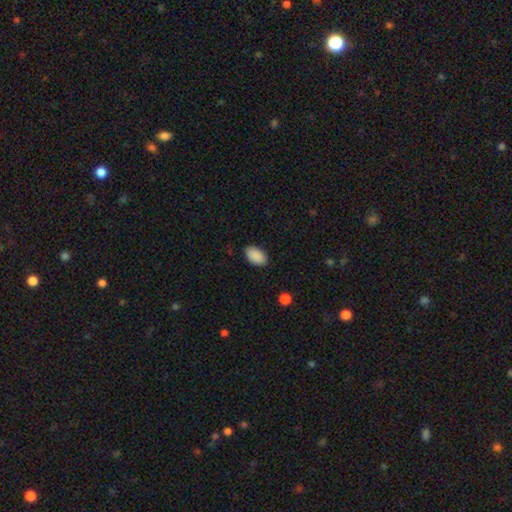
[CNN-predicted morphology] Smooth or featured? Predicted: smooth (p=0.90). How rounded? Predicted: in between (p=0.94). Merging? Predicted: none (p=0.87).